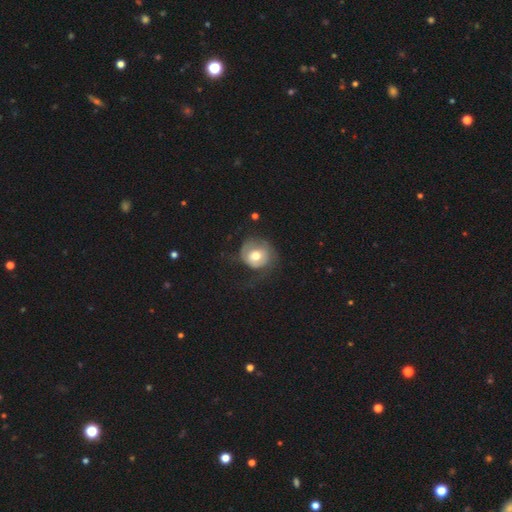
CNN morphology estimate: Overall: smooth (55%; featured or disk 37%). How rounded: round (84%). Merging: none (45%; major disturbance 30%).